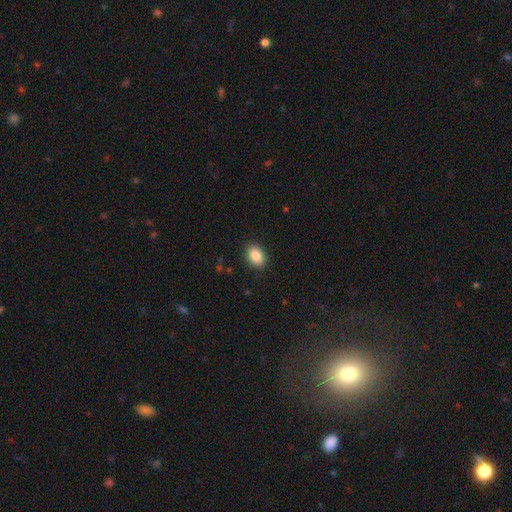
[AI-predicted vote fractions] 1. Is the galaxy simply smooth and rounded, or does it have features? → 88% smooth, 8% star or artifact, 4% featured or disk.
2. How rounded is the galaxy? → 83% in between, 16% round, 1% cigar-shaped.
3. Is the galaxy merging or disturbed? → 89% none, 8% minor disturbance, 2% major disturbance, 1% merger.